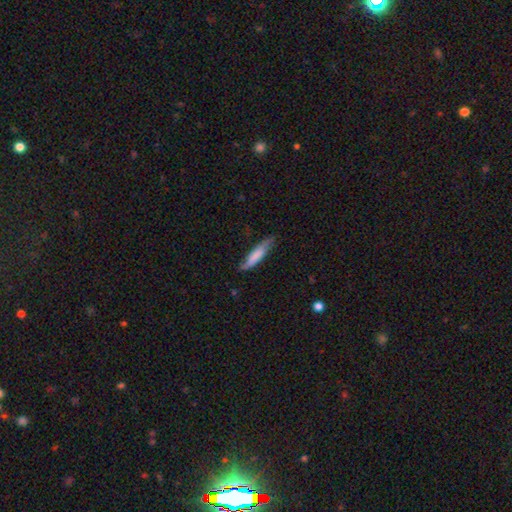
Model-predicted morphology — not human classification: type=smooth (71%); roundness=cigar-shaped (83%); merging=none (72%).